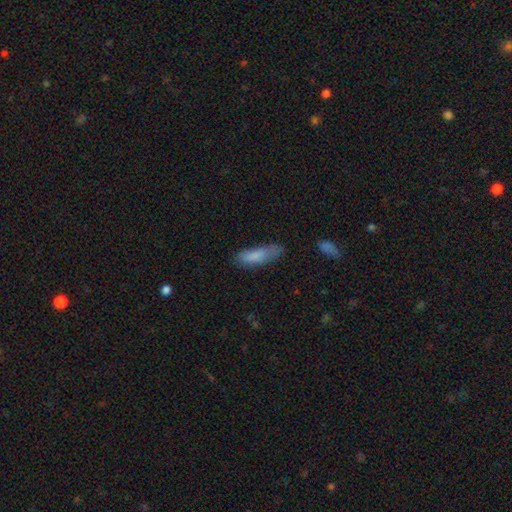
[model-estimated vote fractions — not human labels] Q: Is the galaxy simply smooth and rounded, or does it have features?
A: smooth — 82%.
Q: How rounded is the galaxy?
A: cigar-shaped — 60%.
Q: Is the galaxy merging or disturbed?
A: none — 55%.